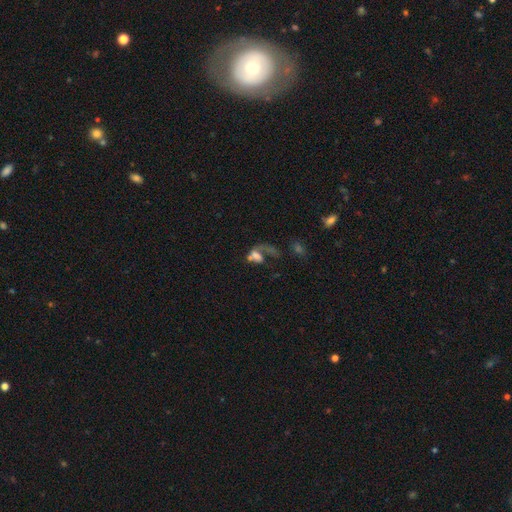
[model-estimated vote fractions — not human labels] Overall: smooth (44%; featured or disk 39%). Merging: major disturbance (37%; merger 33%).